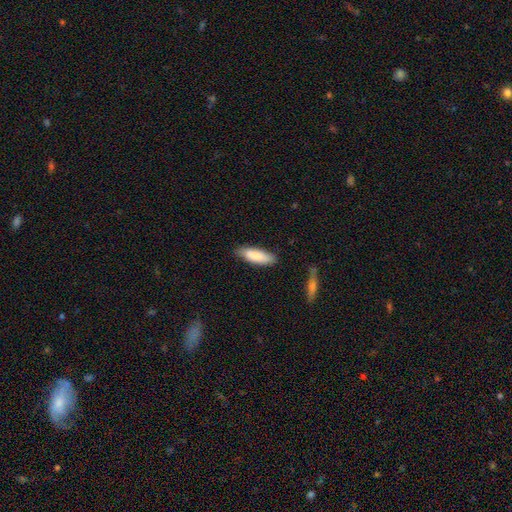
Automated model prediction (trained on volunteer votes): The model was most divided on "how rounded": in between: 57%, cigar-shaped: 42%, round: 2%. More confident: smooth or featured — smooth (86%); merging — none (77%).